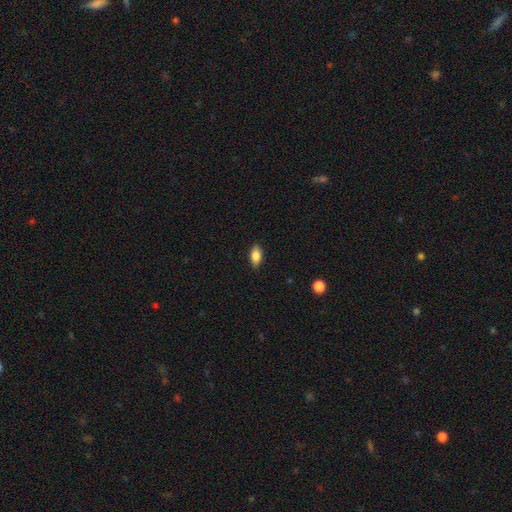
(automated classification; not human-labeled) The model was most divided on "smooth or featured": smooth: 82%, featured or disk: 10%, star or artifact: 7%. More confident: how rounded — in between (89%); merging — none (88%).